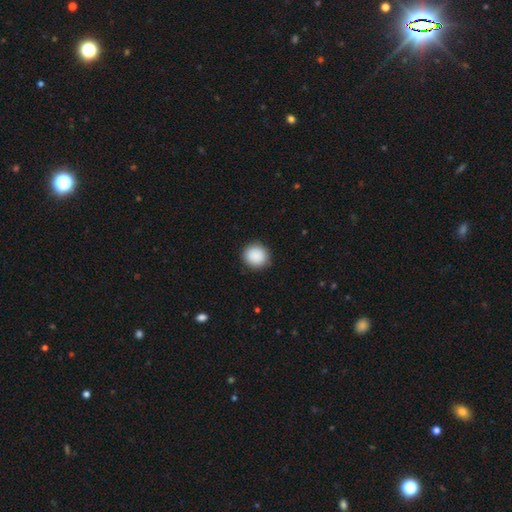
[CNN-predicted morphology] Smooth or featured? Predicted: smooth (p=0.90). How rounded? Predicted: round (p=0.92). Merging? Predicted: none (p=0.91).